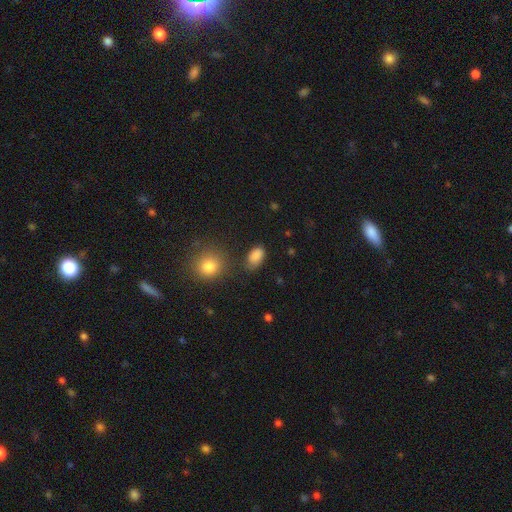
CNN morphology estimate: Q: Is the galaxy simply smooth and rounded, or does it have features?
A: smooth — 84%.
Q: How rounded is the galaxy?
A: in between — 88%.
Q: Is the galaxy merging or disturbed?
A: none — 65%.